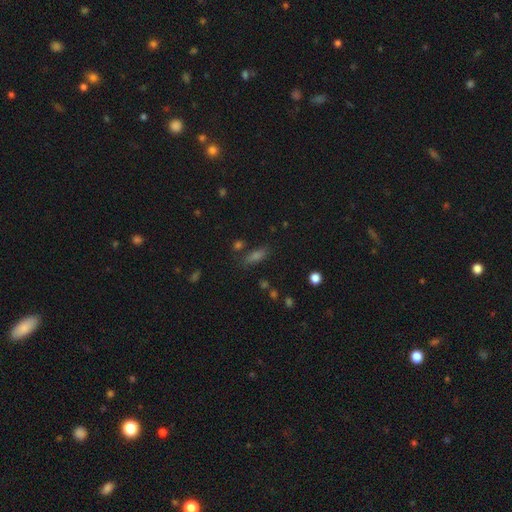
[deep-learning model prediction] A smooth galaxy with no disk features (62%) that is in between round and cigar-shaped (62%).

Vote fractions:
- Smooth or featured? smooth: 62% / star or artifact: 26% / featured or disk: 13%
- How rounded? in between: 62% / cigar-shaped: 31% / round: 7%
- Merging? none: 76% / minor disturbance: 13% / merger: 7% / major disturbance: 5%